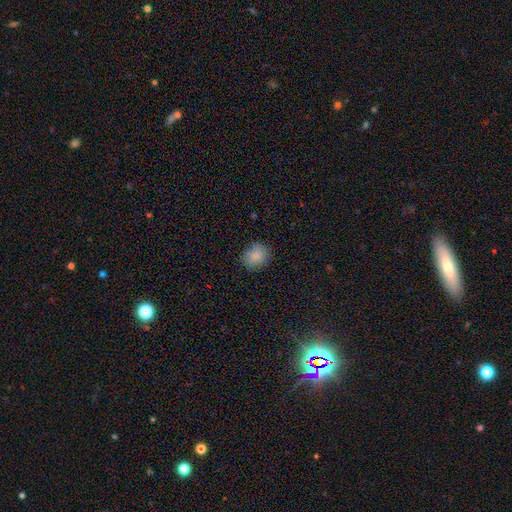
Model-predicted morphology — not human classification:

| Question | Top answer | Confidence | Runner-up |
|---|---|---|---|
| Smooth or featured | smooth | 87% | star or artifact (9%) |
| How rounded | round | 60% | in between (39%) |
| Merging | none | 85% | minor disturbance (11%) |